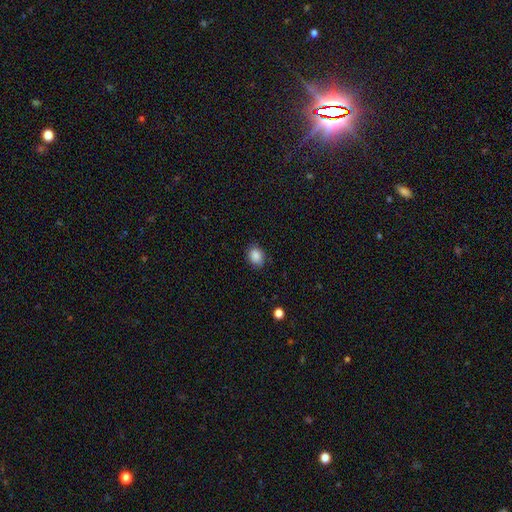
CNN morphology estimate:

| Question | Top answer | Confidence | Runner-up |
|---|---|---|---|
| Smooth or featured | smooth | 87% | star or artifact (9%) |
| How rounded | in between | 55% | round (44%) |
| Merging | none | 82% | minor disturbance (14%) |